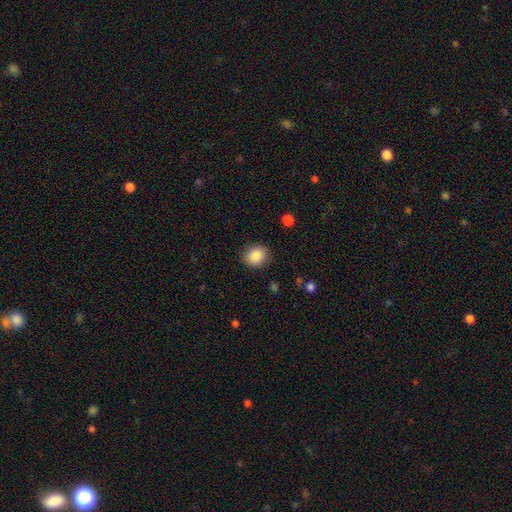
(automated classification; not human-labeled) This is clearly a smooth galaxy (87%). How rounded: likely round (72%). Merging: clearly none (88%).